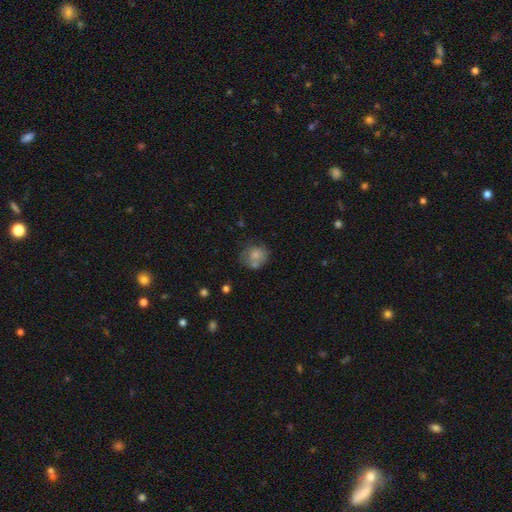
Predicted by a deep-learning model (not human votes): The model was most divided on "merging": none: 52%, minor disturbance: 20%, merger: 20%, major disturbance: 8%. More confident: smooth or featured — smooth (74%); how rounded — round (74%).